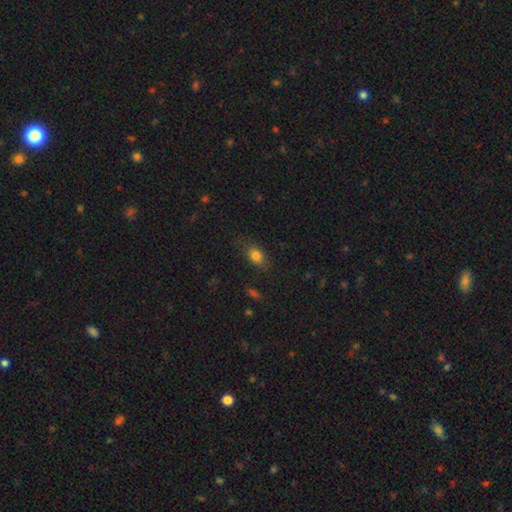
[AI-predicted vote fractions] The model was most divided on "merging": none: 74%, minor disturbance: 18%, major disturbance: 6%, merger: 2%. More confident: smooth or featured — smooth (80%); how rounded — in between (77%).